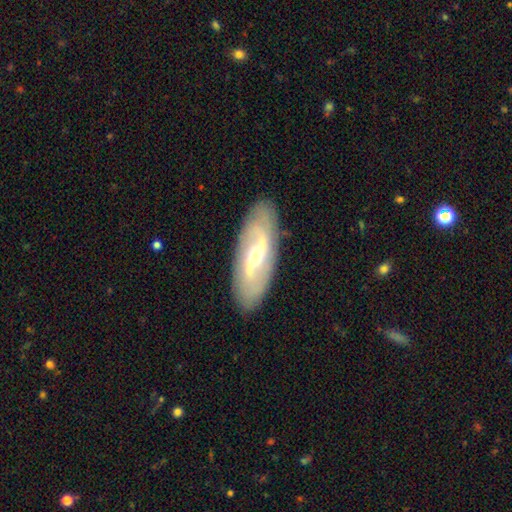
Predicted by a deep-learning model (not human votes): This appears to be a featured or disk galaxy (76%) with a weak bar (48%), 2 (78%) loose (45%) spiral arms (84%) and a moderate central bulge (53%). Merging: none (87%).